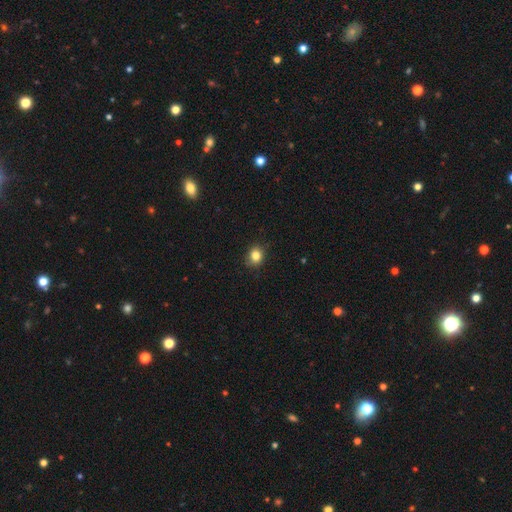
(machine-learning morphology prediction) Overall: smooth (83%). How rounded: round (69%; in between 30%). Merging: none (85%).